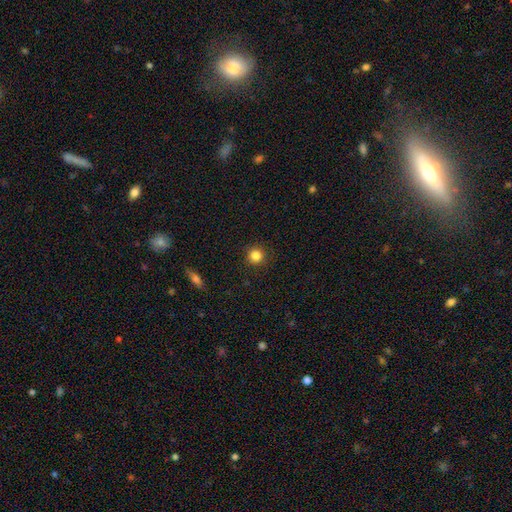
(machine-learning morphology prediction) Q: Smooth or featured?
A: smooth (84%); runner-up: star or artifact (12%)
Q: How rounded?
A: round (95%); runner-up: in between (4%)
Q: Merging?
A: none (91%); runner-up: minor disturbance (6%)